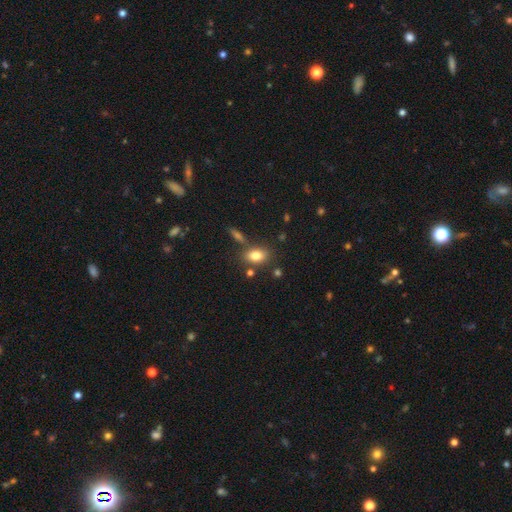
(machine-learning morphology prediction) smooth_or_featured: smooth (p=0.79) [alt: featured or disk p=0.11]
how_rounded: in between (p=0.80) [alt: round p=0.16]
merging: none (p=0.71) [alt: minor disturbance p=0.13]